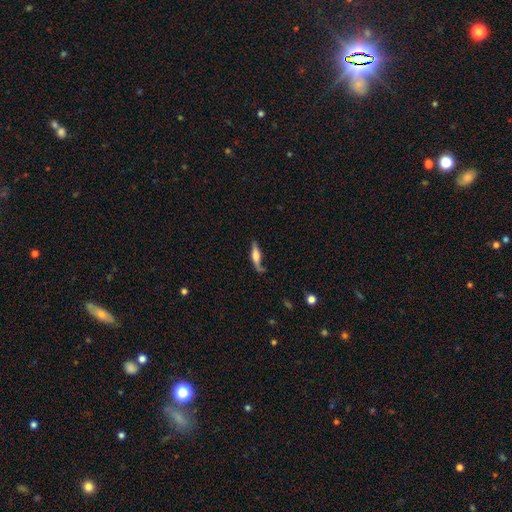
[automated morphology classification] Smooth or featured? smooth (47%)
Merging? none (55%)